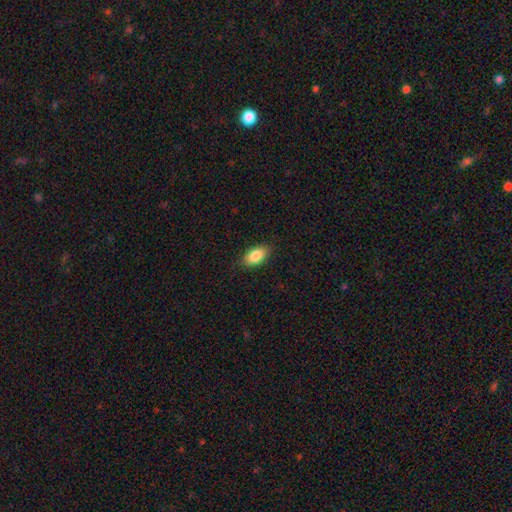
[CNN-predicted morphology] Overall: smooth (86%). How rounded: in between (91%). Merging: none (84%).